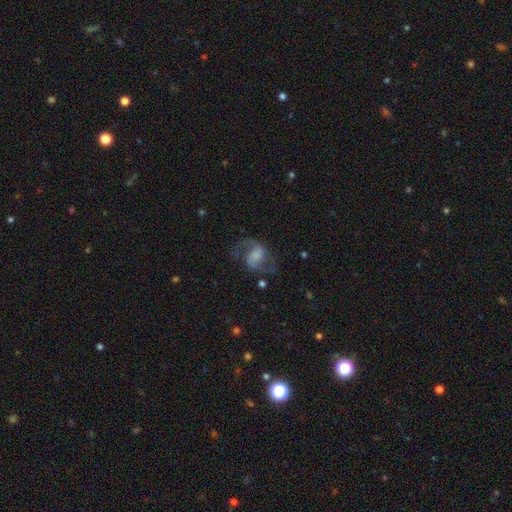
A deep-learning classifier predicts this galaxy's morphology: Smooth or featured?
  - featured or disk: 83% *
  - smooth: 10%
  - star or artifact: 7%
Edge-on disk?
  - no: 98% *
  - yes: 2%
Bar?
  - weak: 44% *
  - no: 41%
  - strong: 16%
Spiral arms?
  - yes: 96% *
  - no: 4%
Spiral winding?
  - loose: 46% * (tied)
  - medium: 46% * (tied)
  - tight: 7%
Spiral arm count?
  - 2: 92% *
  - 1: 2%
  - can't tell: 2%
  - 3: 1%
  - 4: 1%
  - more than 4: 1%
Bulge size?
  - none: 43% *
  - small: 21%
  - moderate: 18%
  - large: 14%
  - dominant: 3%
Merging?
  - none: 70% *
  - minor disturbance: 15%
  - major disturbance: 13%
  - merger: 2%